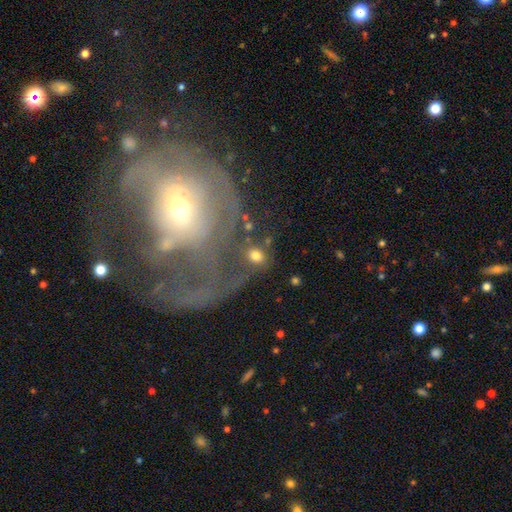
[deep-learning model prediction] Morphology: type=smooth (71%); roundness=round (58%); merging=none (65%).